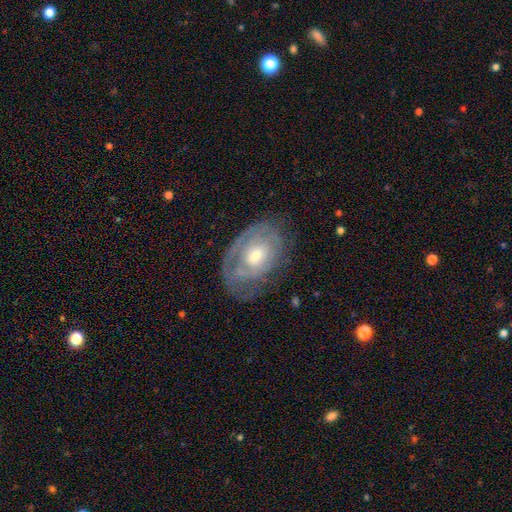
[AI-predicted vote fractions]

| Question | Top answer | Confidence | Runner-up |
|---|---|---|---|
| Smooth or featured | featured or disk | 69% | smooth (24%) |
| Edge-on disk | no | 94% | yes (6%) |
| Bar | no | 74% | weak (22%) |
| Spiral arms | yes | 66% | no (34%) |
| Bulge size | moderate | 48% | small (46%) |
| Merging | none | 58% | minor disturbance (24%) |